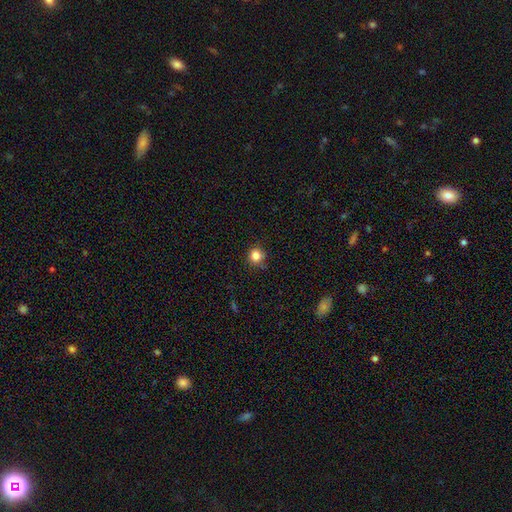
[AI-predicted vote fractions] Morphology: type=smooth (83%); roundness=round (91%); merging=none (83%).